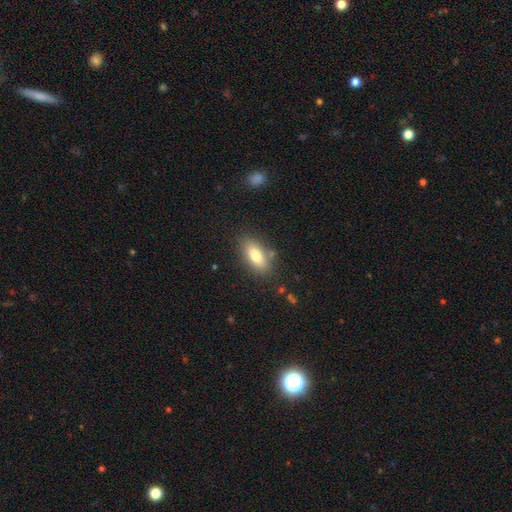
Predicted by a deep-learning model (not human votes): A smooth galaxy with no disk features (79%) that is in between round and cigar-shaped (84%). Merging: none (81%).